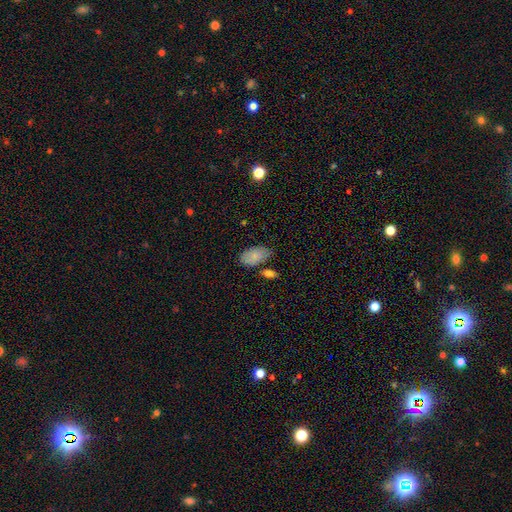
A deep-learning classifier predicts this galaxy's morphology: Smooth or featured: smooth — 82% (featured or disk — 11%)
How rounded: in between — 94% (round — 4%)
Merging: none — 67% (minor disturbance — 20%)